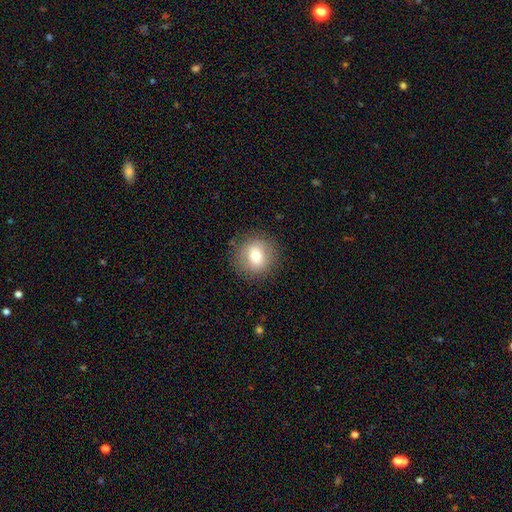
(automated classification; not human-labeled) Q: Smooth or featured?
A: smooth (73%); runner-up: featured or disk (17%)
Q: How rounded?
A: round (87%); runner-up: in between (12%)
Q: Merging?
A: none (86%); runner-up: minor disturbance (9%)